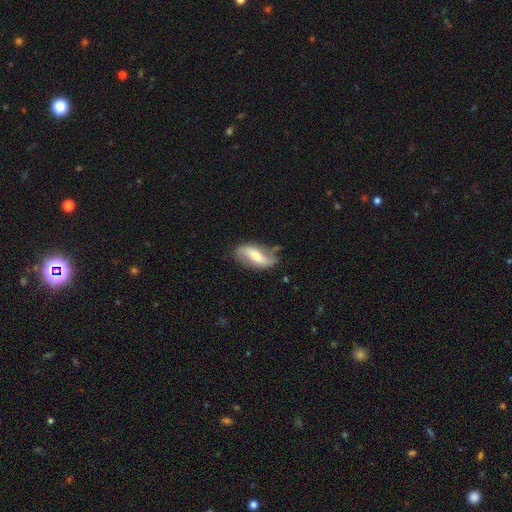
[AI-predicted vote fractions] Smooth or featured?
  - featured or disk: 62% *
  - smooth: 32%
  - star or artifact: 7%
Edge-on disk?
  - no: 91% *
  - yes: 9%
Bar?
  - weak: 38% *
  - strong: 34%
  - no: 27%
Spiral arms?
  - yes: 87% *
  - no: 13%
Bulge size?
  - moderate: 45% *
  - small: 33%
  - large: 12%
  - none: 8%
  - dominant: 2%
Merging?
  - none: 62% *
  - minor disturbance: 25%
  - major disturbance: 9%
  - merger: 3%